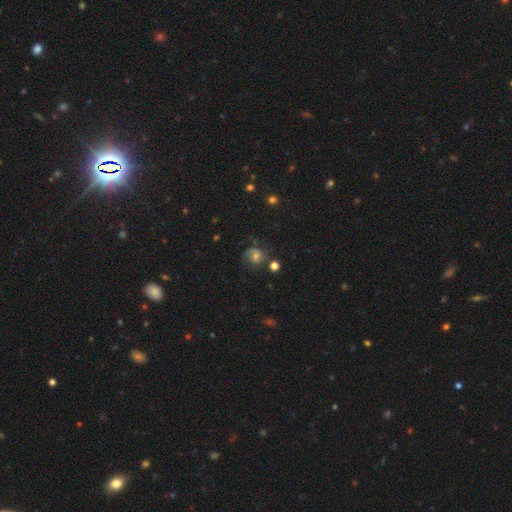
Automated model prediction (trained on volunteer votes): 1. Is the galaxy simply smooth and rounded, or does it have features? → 51% featured or disk, 33% smooth, 16% star or artifact.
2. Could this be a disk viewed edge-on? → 97% no, 3% yes.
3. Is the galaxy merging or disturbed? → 59% none, 21% minor disturbance, 16% major disturbance, 5% merger.